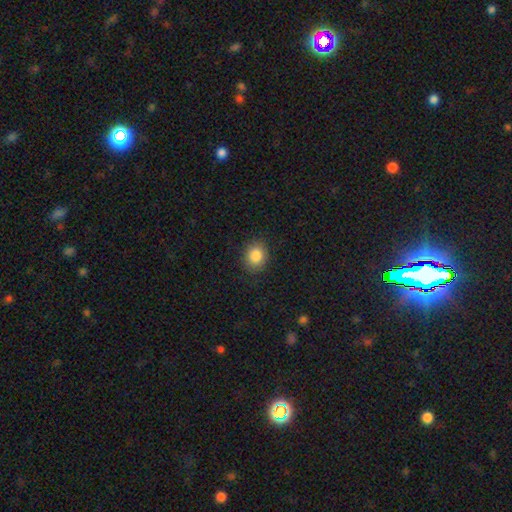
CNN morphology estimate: smooth-or-featured: smooth: 86% | star or artifact: 9% | featured or disk: 5%
  how-rounded: round: 60% | in between: 39% | cigar-shaped: 1%
  merging: none: 88% | minor disturbance: 9% | major disturbance: 3% | merger: 1%